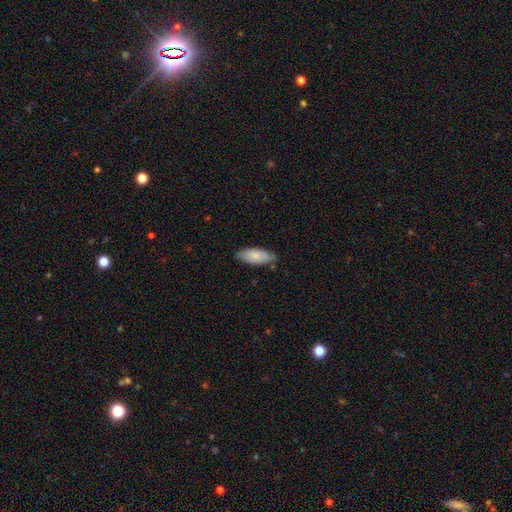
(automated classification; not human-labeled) Q: Smooth or featured?
A: smooth (79%); runner-up: featured or disk (16%)
Q: How rounded?
A: in between (80%); runner-up: cigar-shaped (18%)
Q: Merging?
A: none (77%); runner-up: minor disturbance (19%)